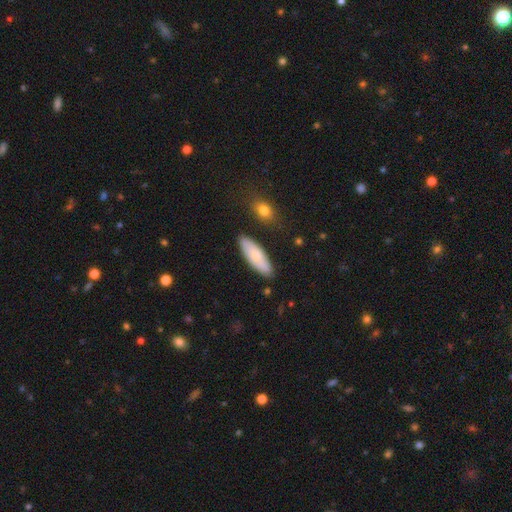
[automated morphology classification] This appears to be a smooth galaxy with no disk features (72%) that is in between round and cigar-shaped (60%). Merging: none (83%).